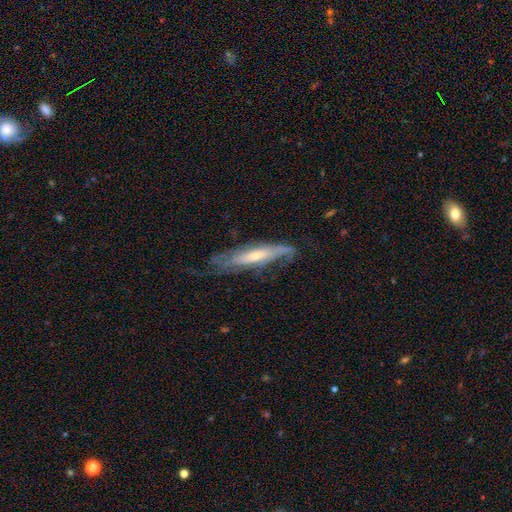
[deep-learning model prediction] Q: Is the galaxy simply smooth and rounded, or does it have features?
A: featured or disk — 71%.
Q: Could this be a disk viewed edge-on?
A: no — 51%.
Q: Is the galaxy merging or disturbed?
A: none — 57%.